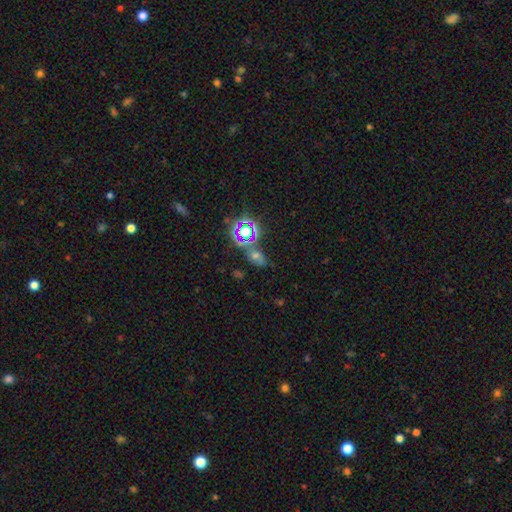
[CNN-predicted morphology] Smooth or featured?
  - star or artifact: 51% *
  - smooth: 35%
  - featured or disk: 14%